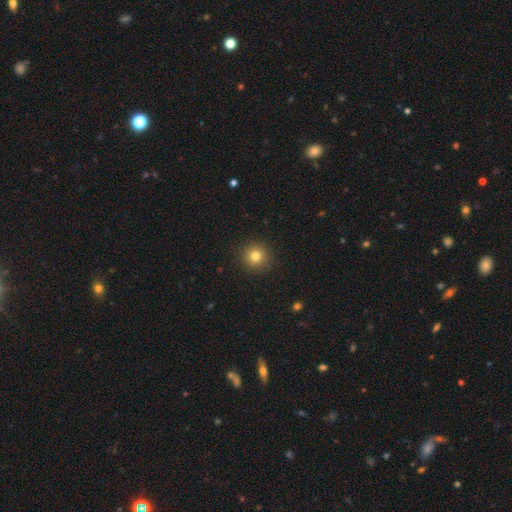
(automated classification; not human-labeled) Overall: smooth (79%). How rounded: round (94%). Merging: none (92%).